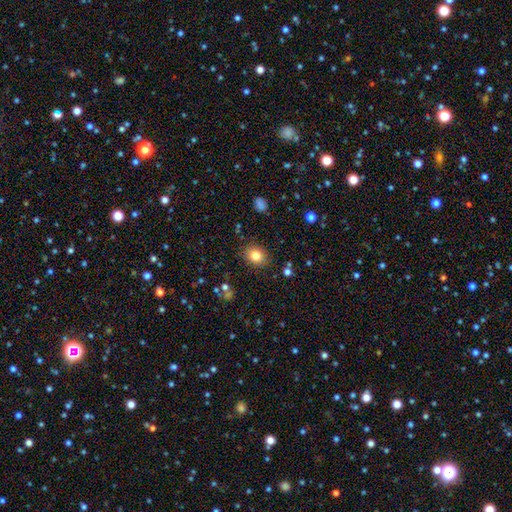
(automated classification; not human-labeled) Overall: smooth (81%). How rounded: round (52%; in between 47%). Merging: none (87%).